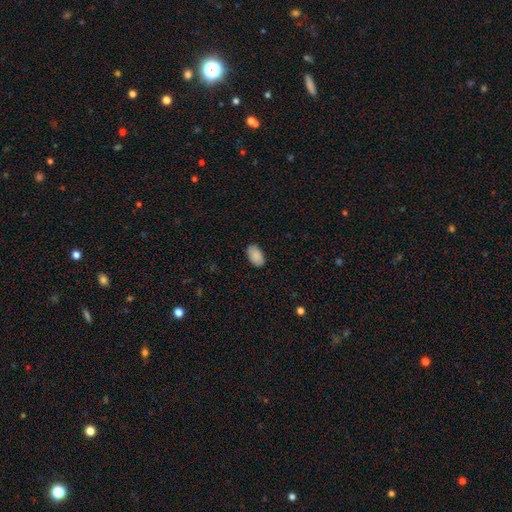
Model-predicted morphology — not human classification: The model was most divided on "merging": none: 84%, minor disturbance: 13%, major disturbance: 2%, merger: 1%. More confident: how rounded — in between (93%); smooth or featured — smooth (89%).